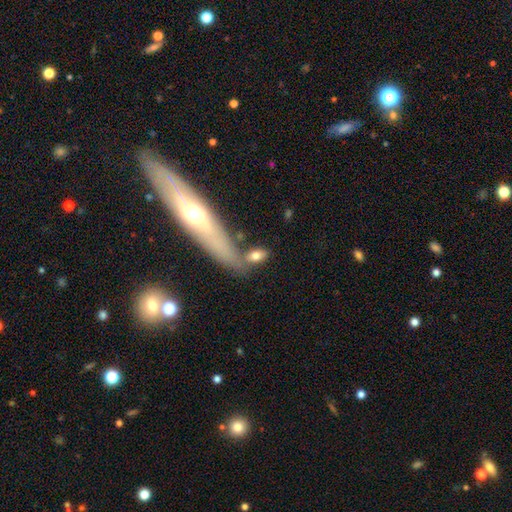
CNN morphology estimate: Smooth or featured? smooth (75%)
How rounded? in between (80%)
Merging? none (58%)